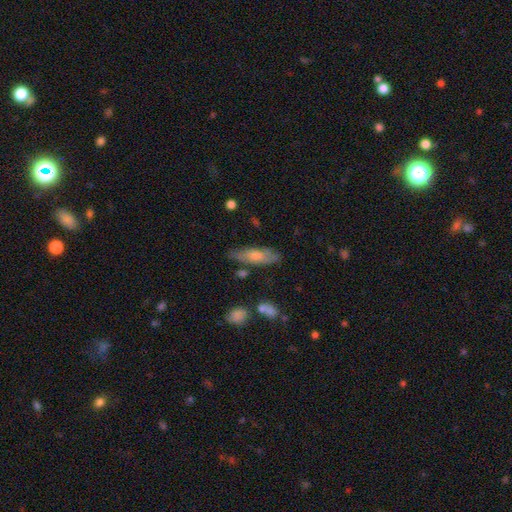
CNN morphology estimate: This appears to be a smooth galaxy with no disk features (56%) that is cigar-shaped (57%). Merging: none (74%).